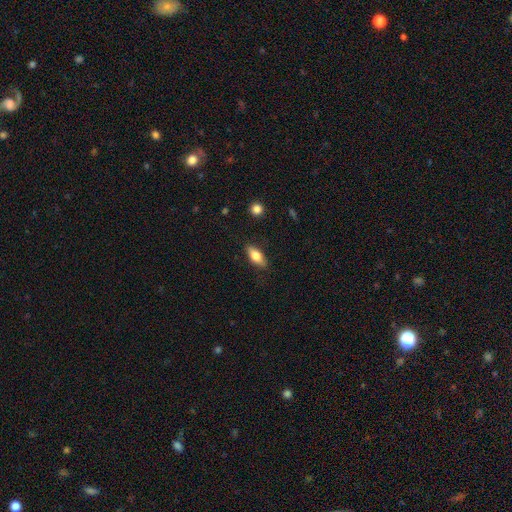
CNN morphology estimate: This is likely a smooth galaxy (76%). How rounded: clearly in between (80%). Merging: clearly none (85%).